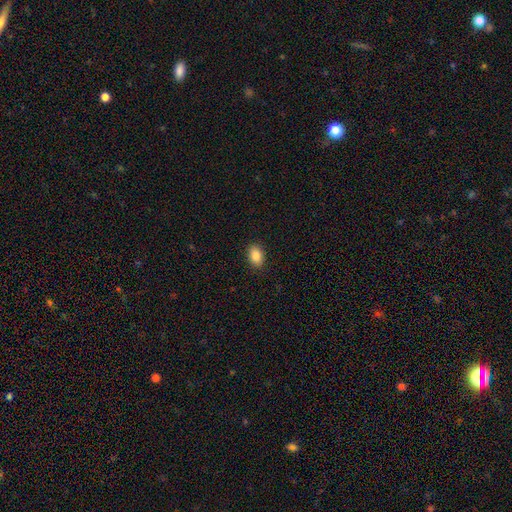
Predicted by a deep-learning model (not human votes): smooth-or-featured: smooth: 87% | star or artifact: 8% | featured or disk: 5%
  how-rounded: in between: 86% | round: 13% | cigar-shaped: 1%
  merging: none: 90% | minor disturbance: 7% | major disturbance: 2% | merger: 1%